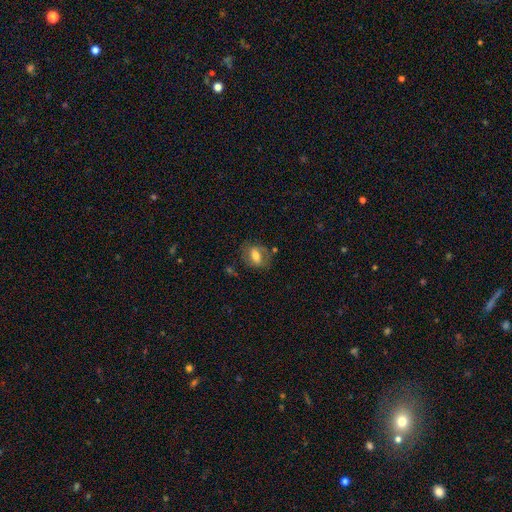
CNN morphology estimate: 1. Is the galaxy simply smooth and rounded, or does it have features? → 51% smooth, 41% featured or disk, 8% star or artifact.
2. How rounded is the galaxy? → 72% in between, 25% round, 3% cigar-shaped.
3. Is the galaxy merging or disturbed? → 65% none, 20% minor disturbance, 11% major disturbance, 4% merger.